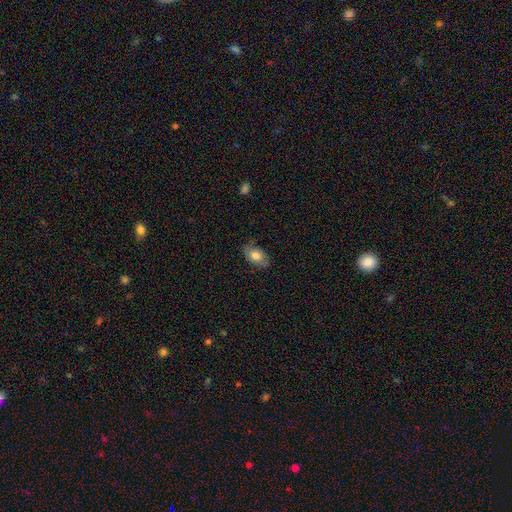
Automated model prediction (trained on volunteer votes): The model was most divided on "smooth or featured": smooth: 75%, featured or disk: 18%, star or artifact: 7%. More confident: how rounded — in between (90%); merging — none (78%).